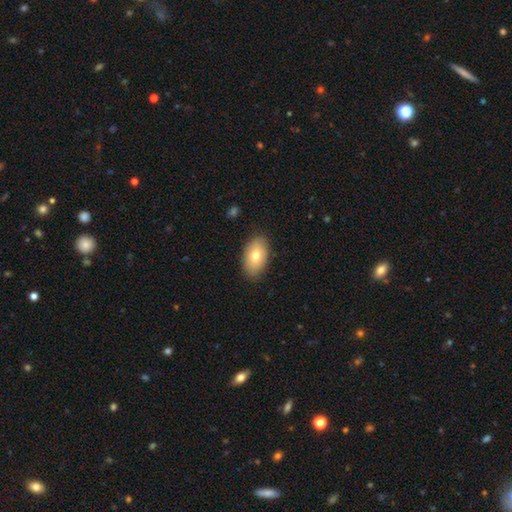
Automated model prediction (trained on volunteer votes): Q: Smooth or featured?
A: smooth (77%); runner-up: featured or disk (17%)
Q: How rounded?
A: in between (93%); runner-up: round (6%)
Q: Merging?
A: none (86%); runner-up: minor disturbance (10%)